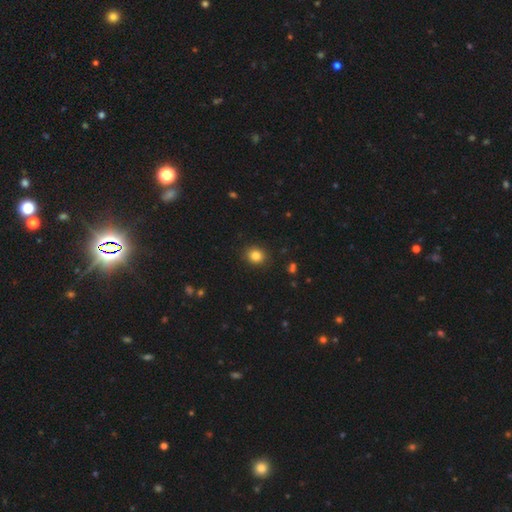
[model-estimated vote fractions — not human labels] Q: Smooth or featured?
A: smooth (84%); runner-up: star or artifact (11%)
Q: How rounded?
A: round (77%); runner-up: in between (22%)
Q: Merging?
A: none (90%); runner-up: minor disturbance (6%)